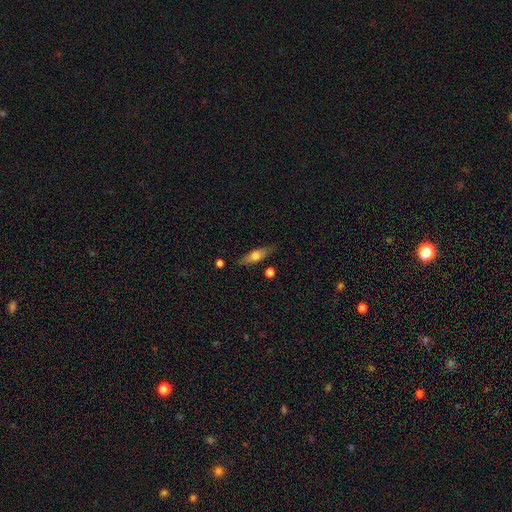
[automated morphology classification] Q: Smooth or featured?
A: smooth (54%); runner-up: featured or disk (40%)
Q: How rounded?
A: cigar-shaped (52%); runner-up: in between (44%)
Q: Merging?
A: none (80%); runner-up: minor disturbance (14%)